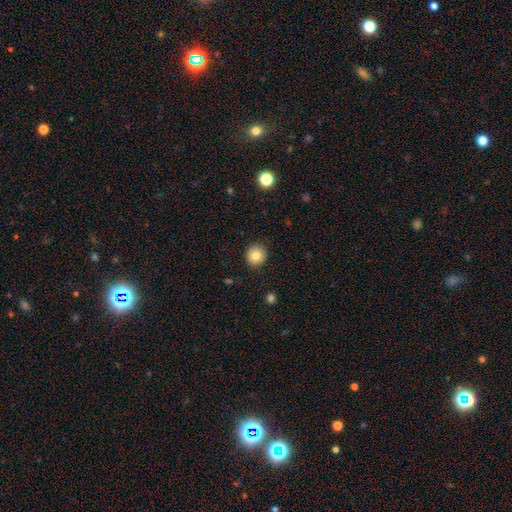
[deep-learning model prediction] This appears to be a smooth galaxy with no disk features (82%) that is round (87%). Merging: none (90%).